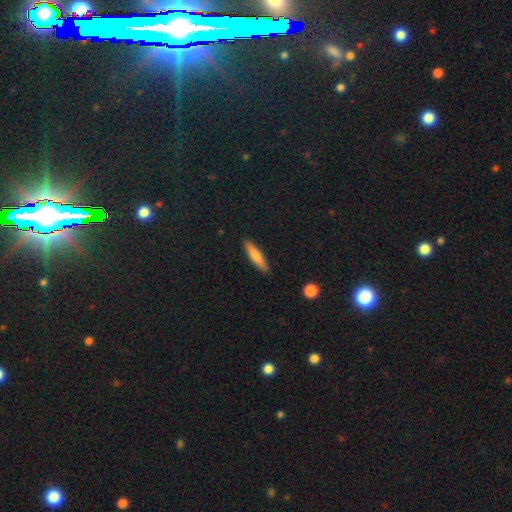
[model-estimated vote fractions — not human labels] smooth_or_featured: smooth (p=0.76) [alt: featured or disk p=0.18]
how_rounded: cigar-shaped (p=0.79) [alt: in between p=0.19]
merging: none (p=0.90) [alt: minor disturbance p=0.07]